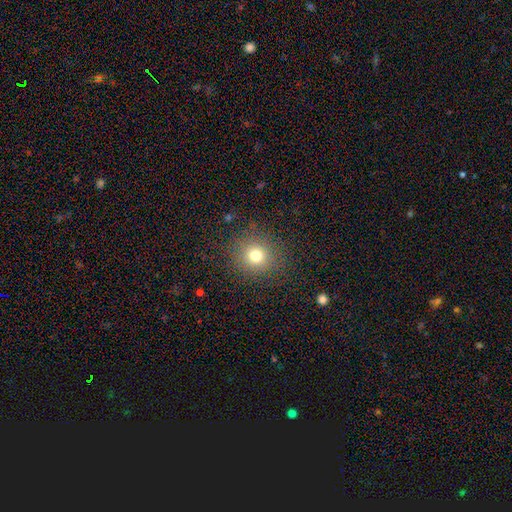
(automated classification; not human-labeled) Smooth or featured? Predicted: smooth (p=0.76). How rounded? Predicted: round (p=0.88). Merging? Predicted: none (p=0.87).